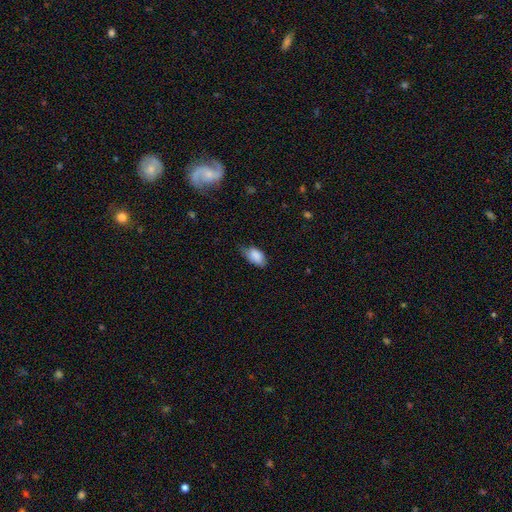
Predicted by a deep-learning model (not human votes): smooth 87%, star or artifact 7%, featured or disk 7%. Down the decision tree: how rounded — in between (93%); merging — none (51%).